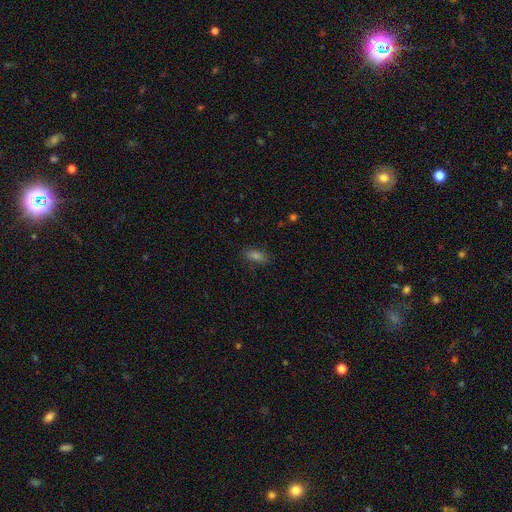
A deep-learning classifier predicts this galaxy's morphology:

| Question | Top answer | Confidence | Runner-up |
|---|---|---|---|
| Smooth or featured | smooth | 71% | star or artifact (20%) |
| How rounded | in between | 74% | cigar-shaped (20%) |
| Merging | none | 84% | minor disturbance (11%) |